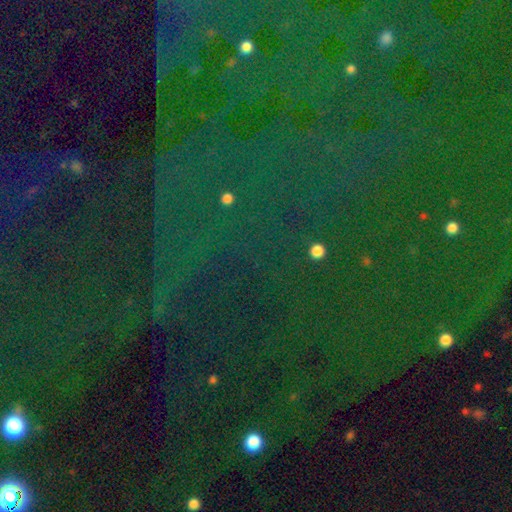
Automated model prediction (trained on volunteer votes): Overall: star or artifact (84%).